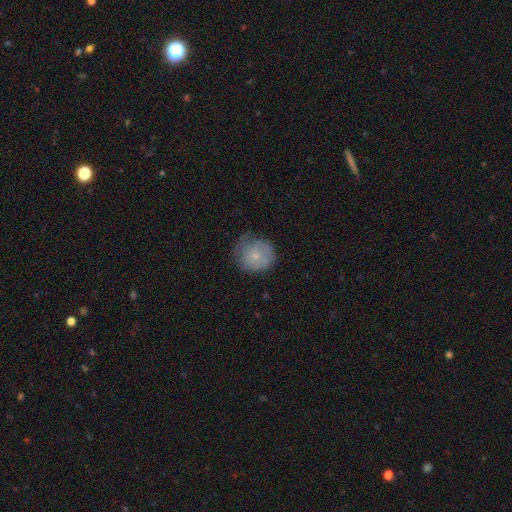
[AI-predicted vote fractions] This appears to be a smooth galaxy with no disk features (62%) that is round (84%). Merging: none (54%).